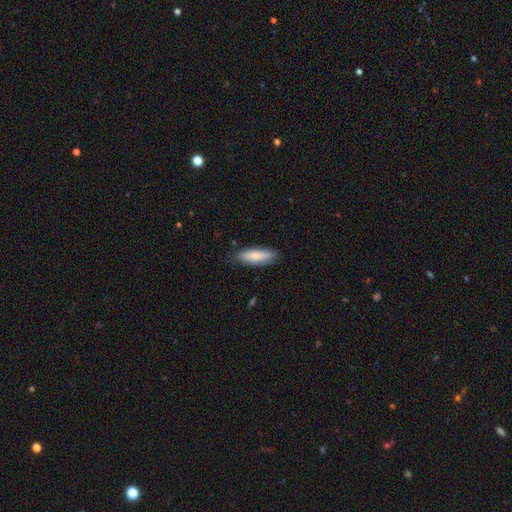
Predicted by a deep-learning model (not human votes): smooth-or-featured: smooth: 82% | featured or disk: 13% | star or artifact: 6%
  how-rounded: cigar-shaped: 51% | in between: 47% | round: 2%
  merging: none: 79% | minor disturbance: 17% | major disturbance: 3% | merger: 1%